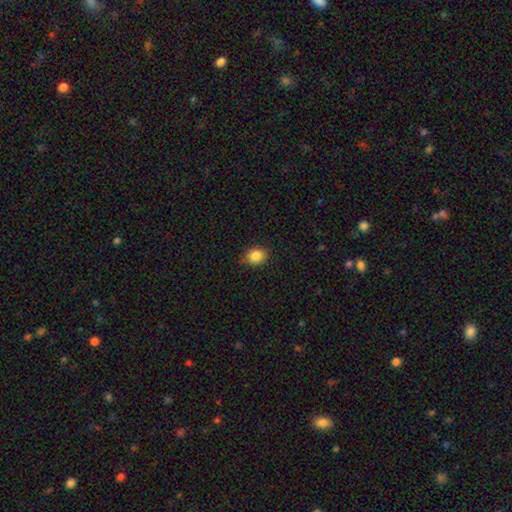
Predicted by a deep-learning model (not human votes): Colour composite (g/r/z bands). It shows a smooth galaxy with no disk features (86%) that is round (56%). Merging: none (84%).